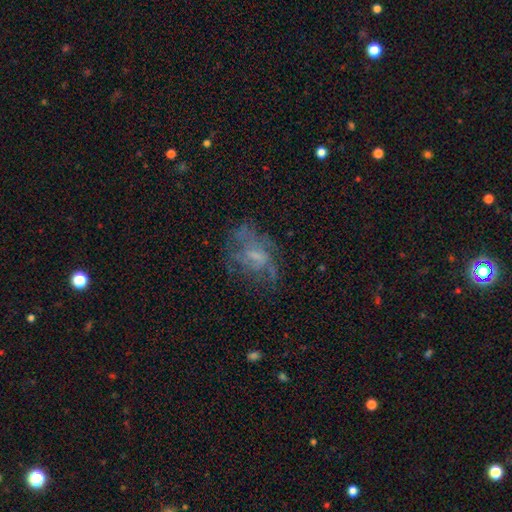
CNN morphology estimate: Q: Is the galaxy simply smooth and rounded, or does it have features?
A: featured or disk — 58%.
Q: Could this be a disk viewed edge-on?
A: no — 96%.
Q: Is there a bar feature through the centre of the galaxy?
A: no — 58%.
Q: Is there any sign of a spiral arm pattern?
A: yes — 53%.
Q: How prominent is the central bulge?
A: small — 43%.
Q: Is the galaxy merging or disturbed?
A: none — 51%.